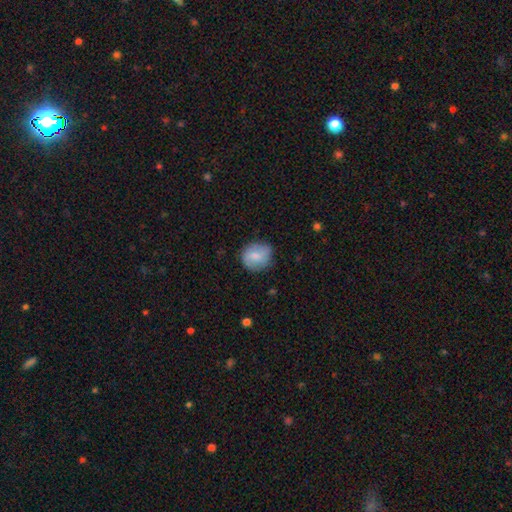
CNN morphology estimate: This is likely a smooth galaxy (74%). How rounded: clearly round (81%). Merging: likely none (77%).